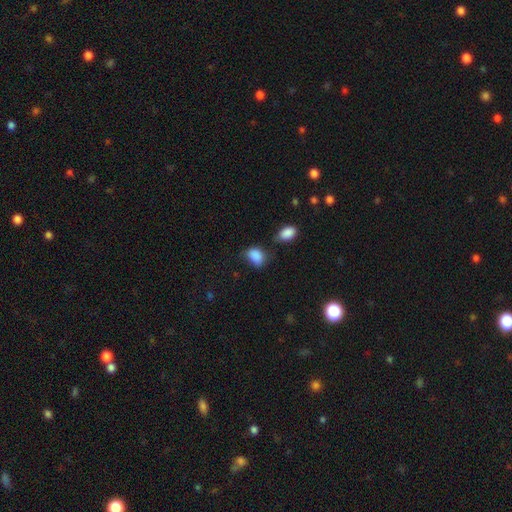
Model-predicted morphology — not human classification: This is clearly a smooth galaxy (86%). How rounded: likely in between (76%). Merging: possibly none (49%).